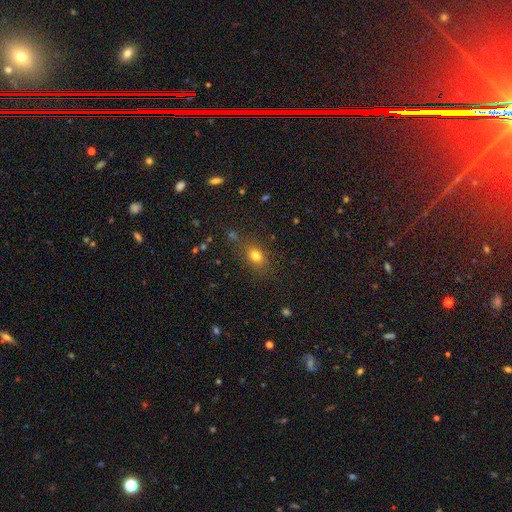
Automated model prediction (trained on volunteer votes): The model was most divided on "how rounded": in between: 60%, round: 37%, cigar-shaped: 3%. More confident: merging — none (78%); smooth or featured — smooth (77%).